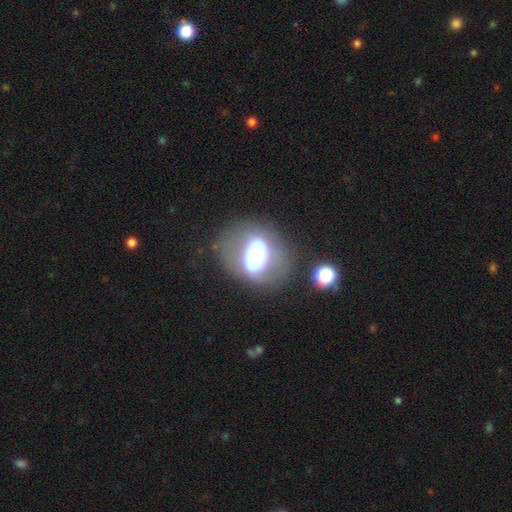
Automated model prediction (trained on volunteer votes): Smooth or featured? Predicted: featured or disk (p=0.47). Merging? Predicted: none (p=0.44).